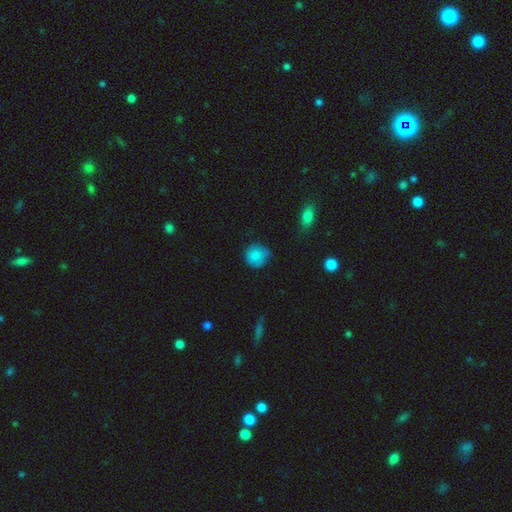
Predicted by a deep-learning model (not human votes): Smooth or featured? Predicted: smooth (p=0.84). How rounded? Predicted: round (p=0.87). Merging? Predicted: none (p=0.61).